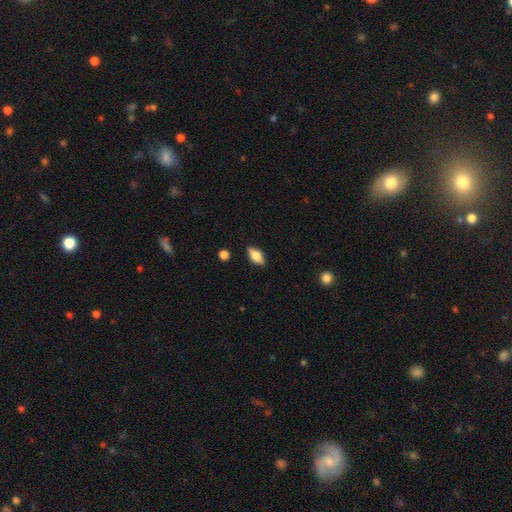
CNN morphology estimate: This is likely a smooth galaxy (61%). How rounded: clearly in between (82%). Merging: clearly none (86%).